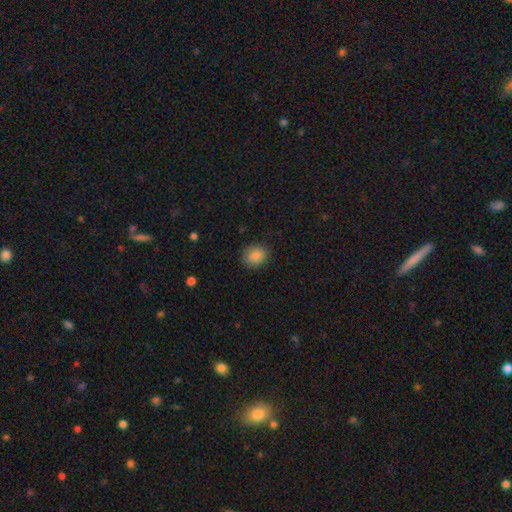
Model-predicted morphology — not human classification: Smooth or featured? Predicted: smooth (p=0.87). How rounded? Predicted: round (p=0.65). Merging? Predicted: none (p=0.86).